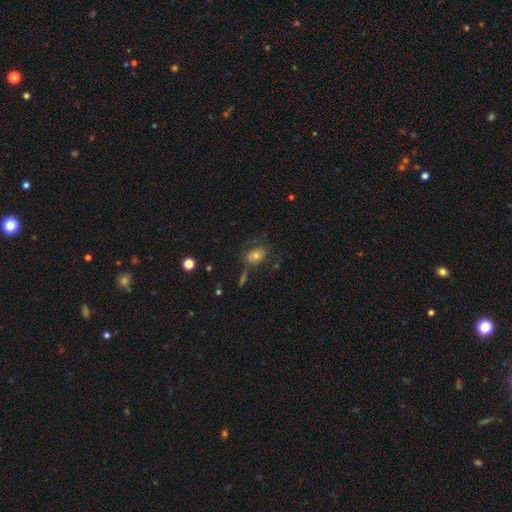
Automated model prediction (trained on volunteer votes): Smooth or featured? Predicted: smooth (p=0.53). How rounded? Predicted: in between (p=0.66). Merging? Predicted: none (p=0.55).